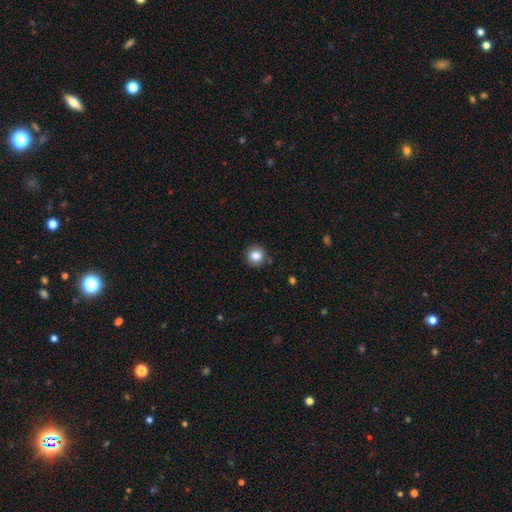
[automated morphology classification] A smooth galaxy with no disk features (84%) that is round (92%). Merging: none (88%).